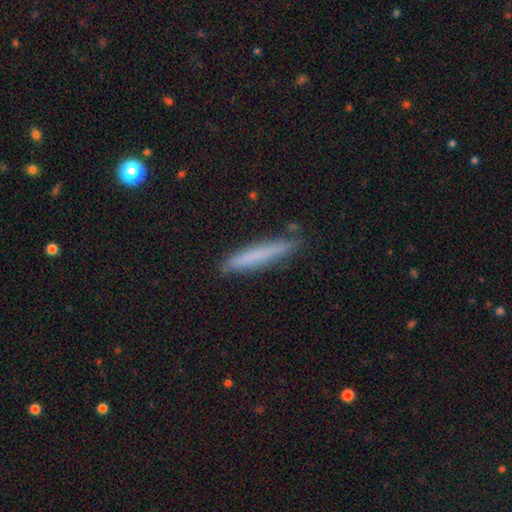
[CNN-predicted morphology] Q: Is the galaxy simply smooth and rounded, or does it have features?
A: smooth — 71%.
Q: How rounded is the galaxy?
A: cigar-shaped — 95%.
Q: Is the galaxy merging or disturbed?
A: none — 84%.